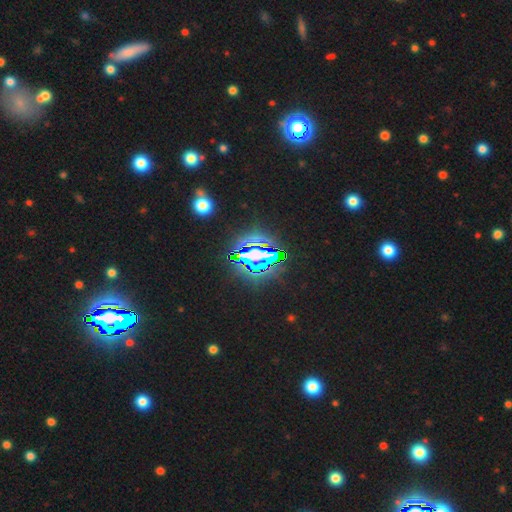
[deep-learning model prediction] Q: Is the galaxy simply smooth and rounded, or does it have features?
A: star or artifact — 71%.